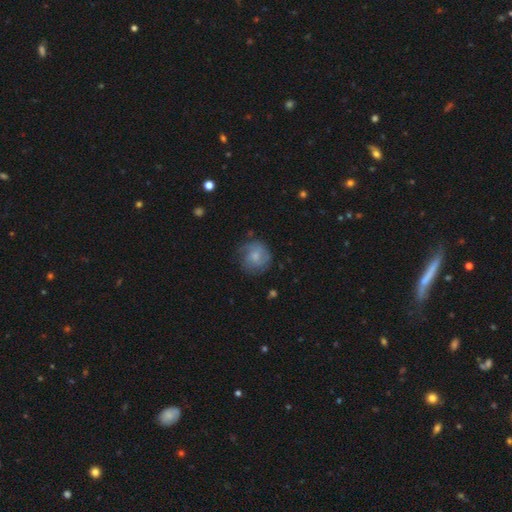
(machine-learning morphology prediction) type=smooth (47%); merging=none (70%).